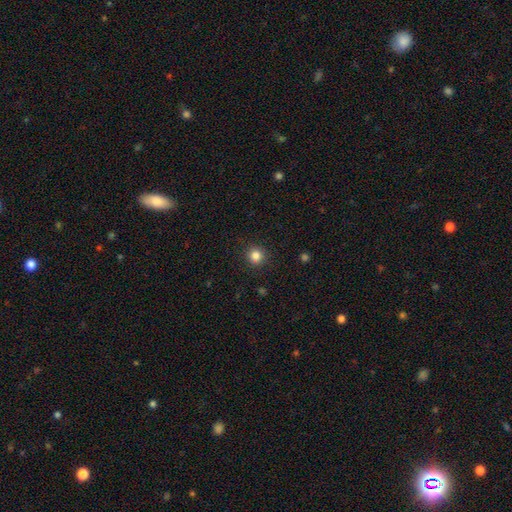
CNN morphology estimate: Smooth or featured? Predicted: smooth (p=0.83). How rounded? Predicted: round (p=0.93). Merging? Predicted: none (p=0.91).